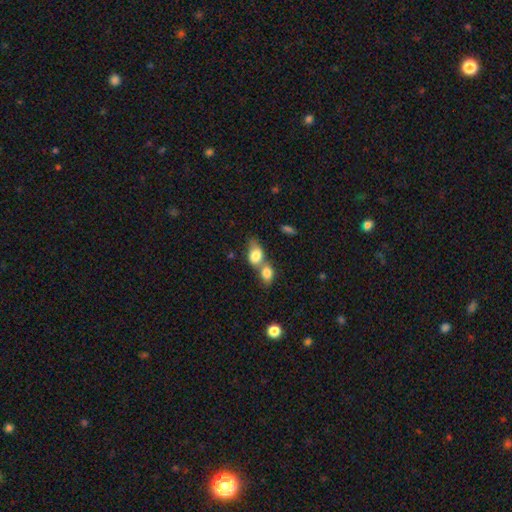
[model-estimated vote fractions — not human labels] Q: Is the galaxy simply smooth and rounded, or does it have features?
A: smooth — 80%.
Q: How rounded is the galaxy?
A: in between — 71%.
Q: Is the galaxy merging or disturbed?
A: merger — 67%.